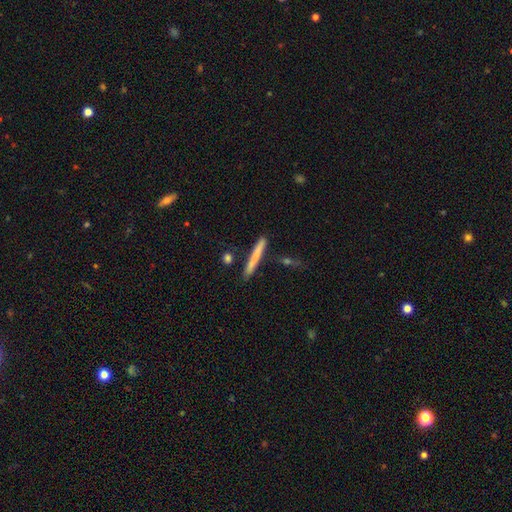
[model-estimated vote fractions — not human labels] This appears to be a smooth galaxy with no disk features (66%) that is cigar-shaped (96%). Merging: none (85%).